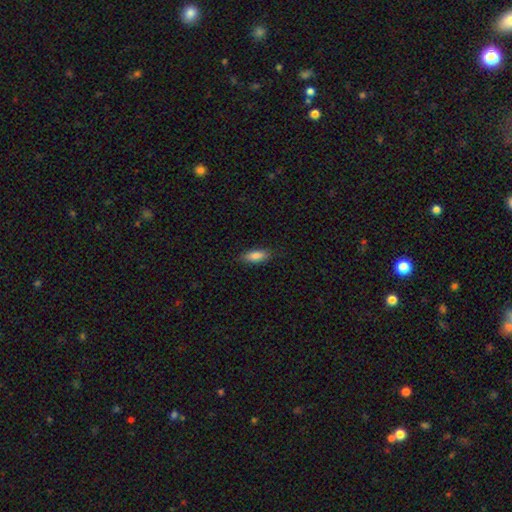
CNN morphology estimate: smooth-or-featured: smooth: 85% | featured or disk: 8% | star or artifact: 7%
  how-rounded: in between: 72% | cigar-shaped: 26% | round: 2%
  merging: none: 85% | minor disturbance: 12% | major disturbance: 3% | merger: 1%